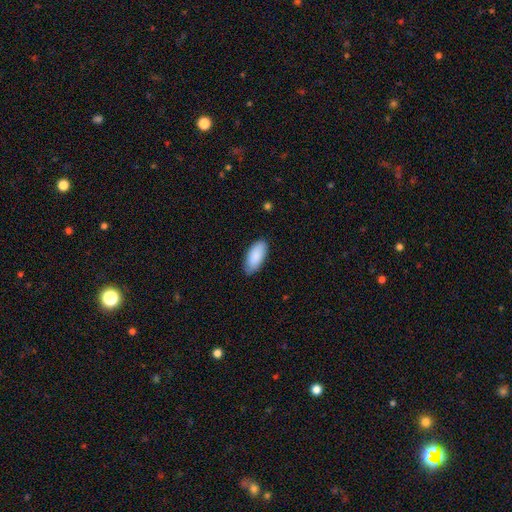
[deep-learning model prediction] A smooth galaxy with no disk features (89%) that is in between round and cigar-shaped (91%).

Vote fractions:
- Smooth or featured? smooth: 89% / star or artifact: 6% / featured or disk: 5%
- How rounded? in between: 91% / cigar-shaped: 8% / round: 2%
- Merging? none: 81% / minor disturbance: 16% / major disturbance: 2% / merger: 1%